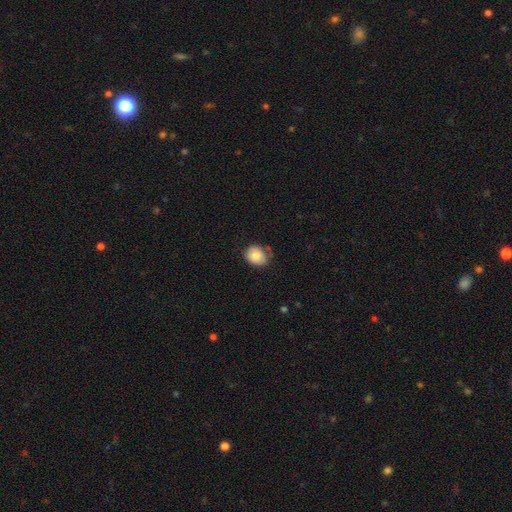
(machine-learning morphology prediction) Smooth or featured: smooth — 79% (featured or disk — 13%)
How rounded: round — 54% (in between — 46%)
Merging: none — 68% (minor disturbance — 24%)